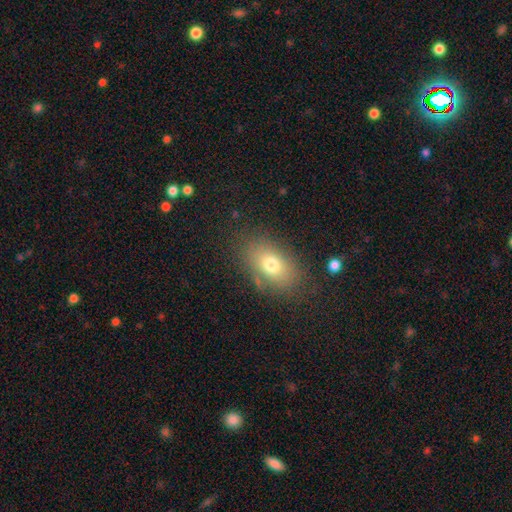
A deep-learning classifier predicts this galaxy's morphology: smooth-or-featured: smooth: 71% | star or artifact: 16% | featured or disk: 13%
  how-rounded: in between: 80% | round: 18% | cigar-shaped: 2%
  merging: none: 85% | minor disturbance: 10% | major disturbance: 3% | merger: 2%